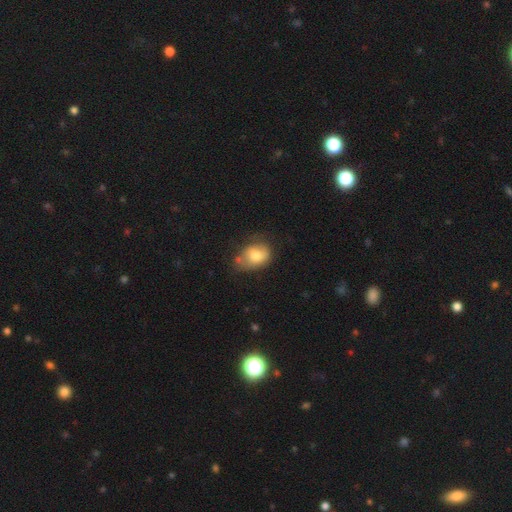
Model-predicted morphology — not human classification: Smooth or featured? smooth (69%)
How rounded? in between (68%)
Merging? none (45%)